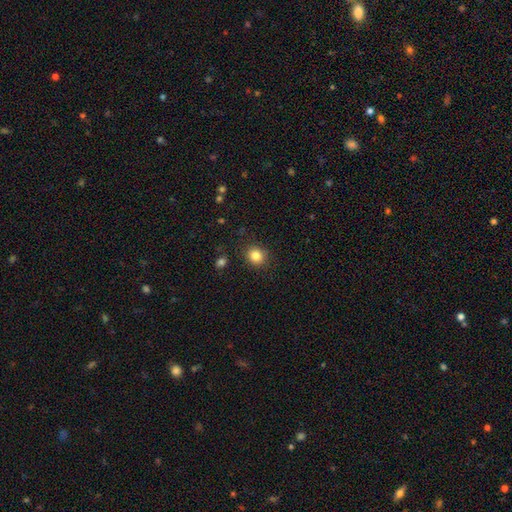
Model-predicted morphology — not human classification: Smooth or featured? smooth (84%)
How rounded? round (81%)
Merging? none (88%)